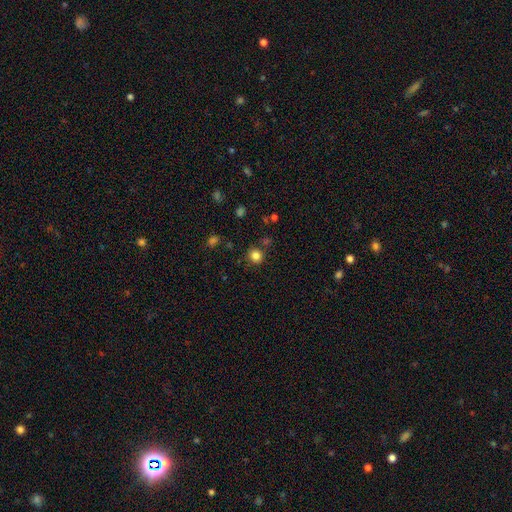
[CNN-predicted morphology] This is clearly a smooth galaxy (82%). How rounded: clearly round (91%). Merging: clearly none (84%).